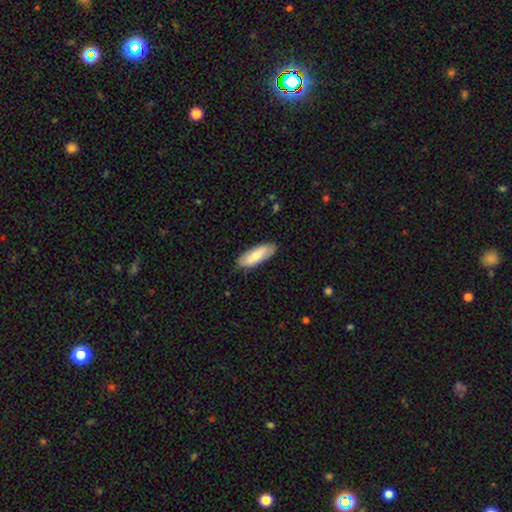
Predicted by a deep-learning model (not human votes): Smooth or featured? Predicted: smooth (p=0.74). How rounded? Predicted: in between (p=0.70). Merging? Predicted: none (p=0.84).